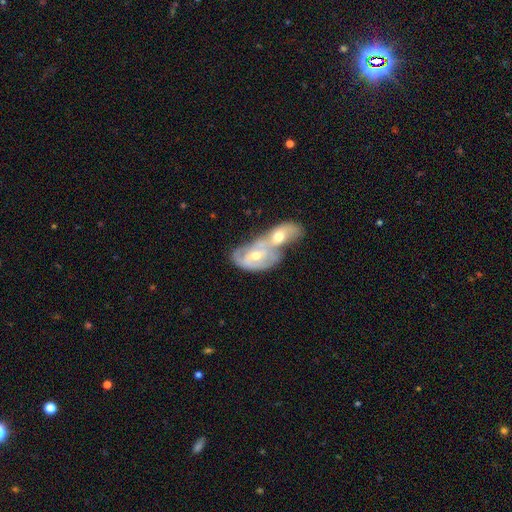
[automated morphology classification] The model was most divided on "spiral arms": yes: 59%, no: 41%. More confident: edge-on disk — no (94%); merging — merger (79%); bar — no (71%); bulge size — moderate (65%); smooth or featured — featured or disk (63%).